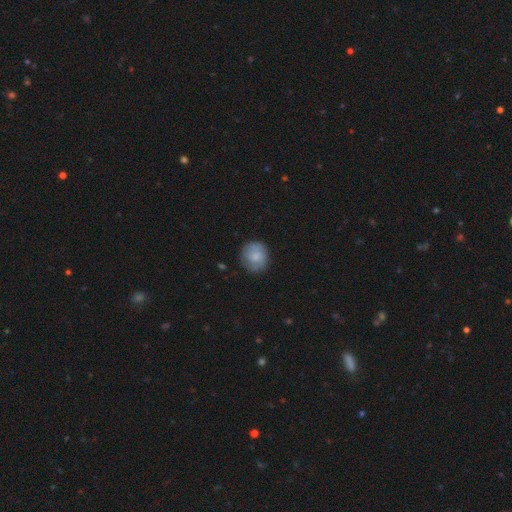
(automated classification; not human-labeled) Q: Smooth or featured?
A: smooth (73%); runner-up: featured or disk (20%)
Q: How rounded?
A: round (82%); runner-up: in between (17%)
Q: Merging?
A: none (76%); runner-up: minor disturbance (18%)